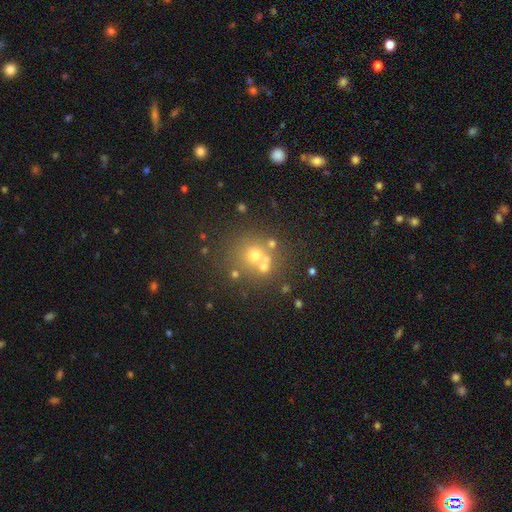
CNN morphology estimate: This is possibly a smooth galaxy (56%). How rounded: clearly round (86%). Merging: possibly none (57%).